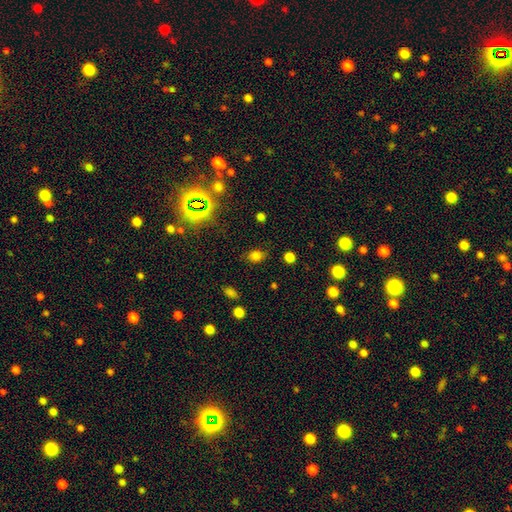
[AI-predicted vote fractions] smooth-or-featured: smooth: 75% | star or artifact: 19% | featured or disk: 6%
  how-rounded: in between: 58% | round: 41% | cigar-shaped: 2%
  merging: none: 79% | minor disturbance: 15% | major disturbance: 4% | merger: 2%